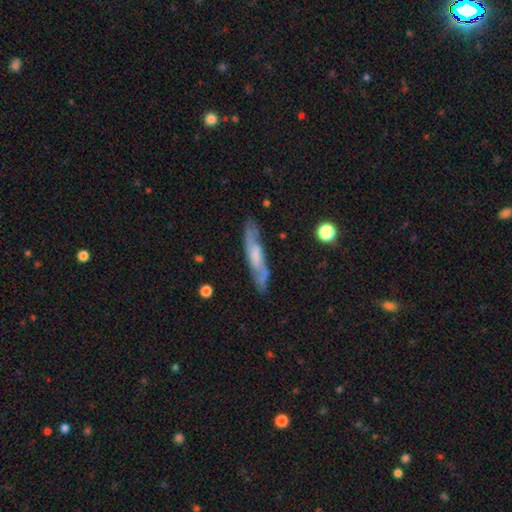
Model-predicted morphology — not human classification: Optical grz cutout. It shows a featured or disk galaxy (63%) viewed edge-on (52%). Merging: none (78%).